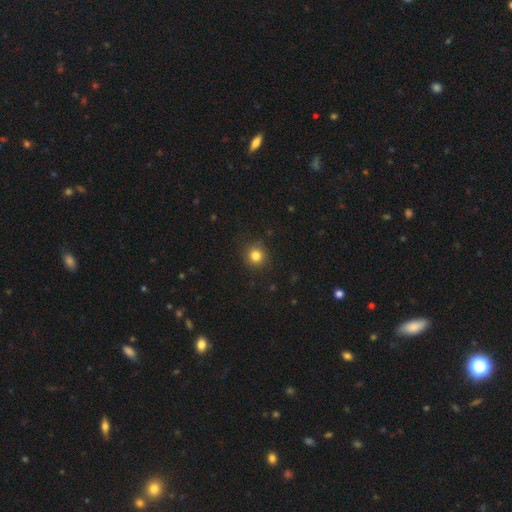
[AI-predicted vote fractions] Smooth or featured: smooth — 83% (star or artifact — 12%)
How rounded: round — 92% (in between — 7%)
Merging: none — 89% (minor disturbance — 7%)